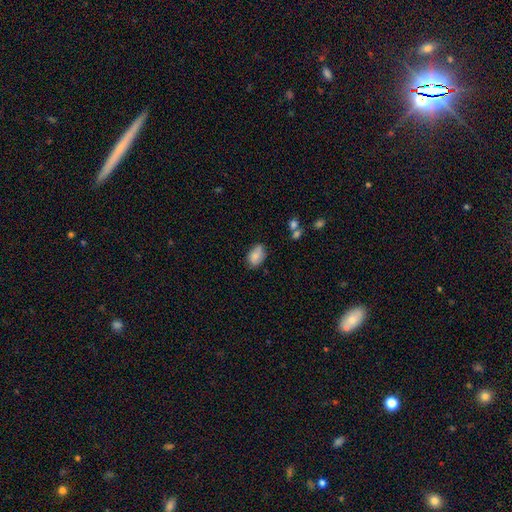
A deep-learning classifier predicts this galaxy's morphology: Smooth or featured? Predicted: smooth (p=0.82). How rounded? Predicted: in between (p=0.87). Merging? Predicted: none (p=0.63).